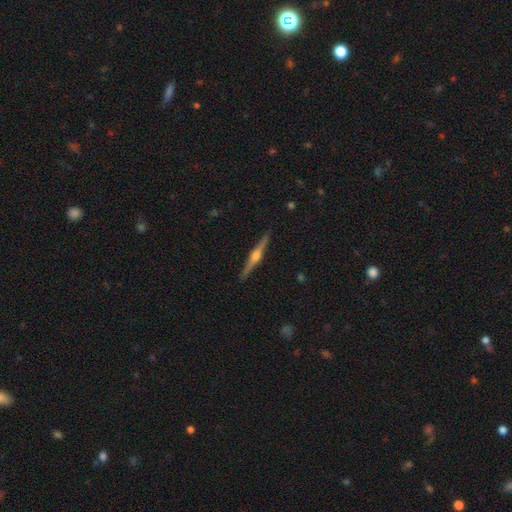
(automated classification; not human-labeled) Smooth or featured: featured or disk — 82% (smooth — 13%)
Edge-on disk: yes — 98% (no — 2%)
Edge-on bulge: rounded — 93% (boxy — 4%)
Merging: none — 92% (minor disturbance — 6%)